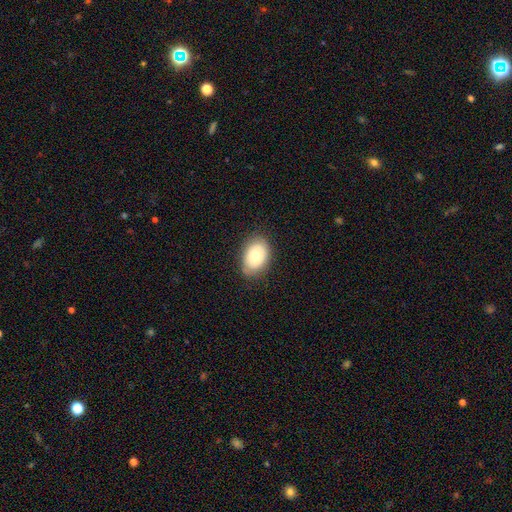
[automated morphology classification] This is likely a smooth galaxy (73%). How rounded: clearly in between (81%). Merging: clearly none (80%).